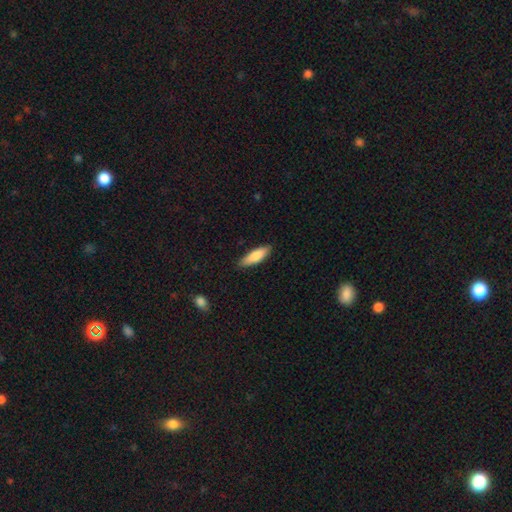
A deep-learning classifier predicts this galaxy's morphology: A smooth galaxy with no disk features (83%) that is cigar-shaped (53%).

Vote fractions:
- Smooth or featured? smooth: 83% / featured or disk: 11% / star or artifact: 5%
- How rounded? cigar-shaped: 53% / in between: 46% / round: 2%
- Merging? none: 85% / minor disturbance: 12% / major disturbance: 2% / merger: 1%